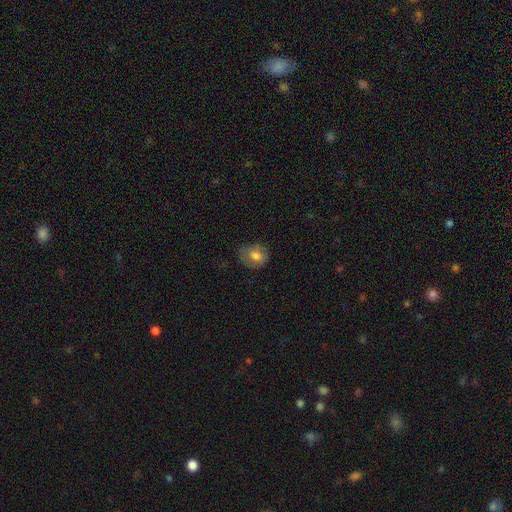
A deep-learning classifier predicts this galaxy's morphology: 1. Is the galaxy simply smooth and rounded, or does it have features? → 74% smooth, 17% featured or disk, 9% star or artifact.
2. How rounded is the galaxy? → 58% round, 41% in between, 1% cigar-shaped.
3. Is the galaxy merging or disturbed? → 64% none, 26% minor disturbance, 9% major disturbance, 1% merger.